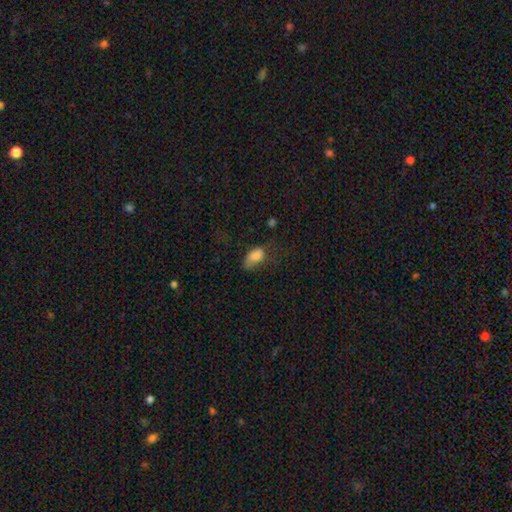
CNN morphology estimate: Smooth or featured? Predicted: smooth (p=0.78). How rounded? Predicted: in between (p=0.88). Merging? Predicted: none (p=0.34).